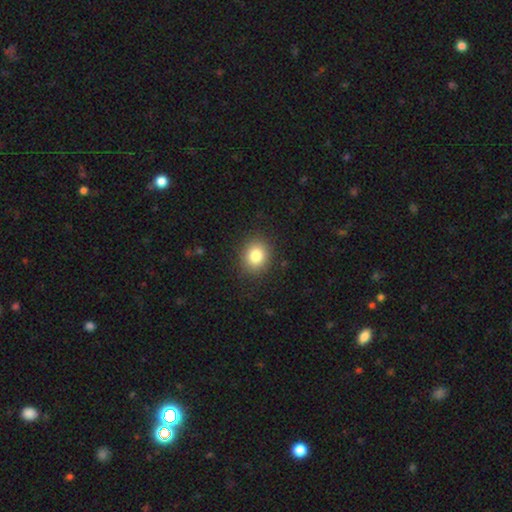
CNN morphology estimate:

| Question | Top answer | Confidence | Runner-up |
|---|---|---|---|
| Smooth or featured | smooth | 82% | star or artifact (10%) |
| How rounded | round | 67% | in between (32%) |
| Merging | none | 88% | minor disturbance (8%) |